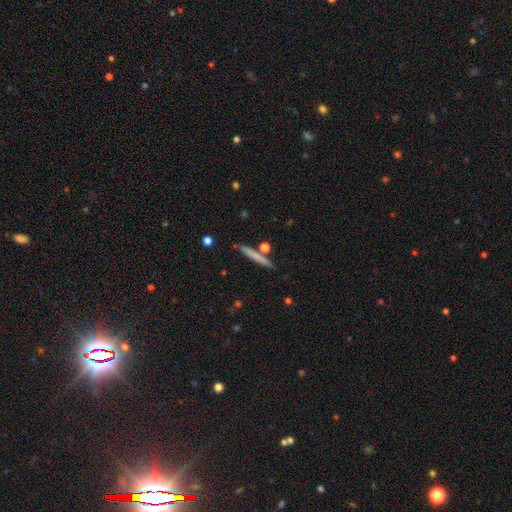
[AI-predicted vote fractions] Morphology: type=smooth (66%); roundness=cigar-shaped (95%); merging=none (84%).